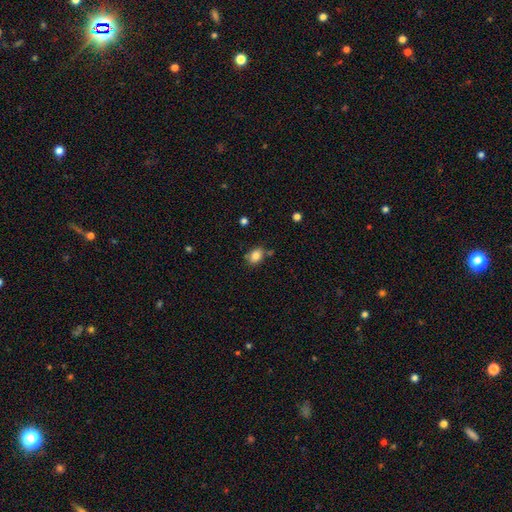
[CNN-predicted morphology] This appears to be a smooth galaxy with no disk features (83%) that is in between round and cigar-shaped (63%). Merging: none (72%).